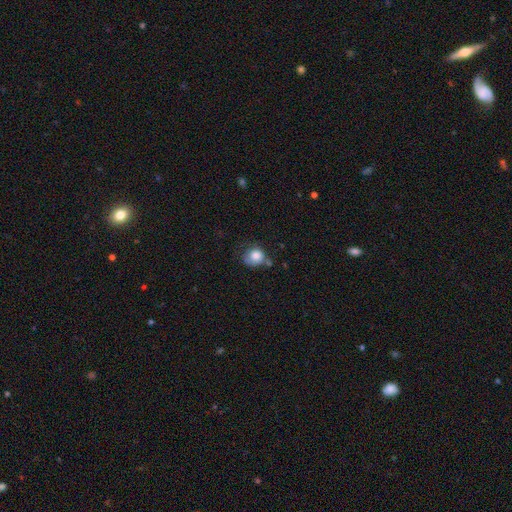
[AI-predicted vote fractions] smooth 79%, featured or disk 12%, star or artifact 8%. Down the decision tree: how rounded — round (74%); merging — none (41%).